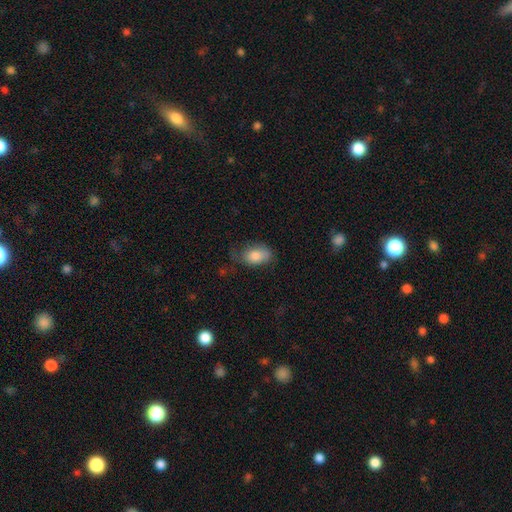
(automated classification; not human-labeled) Smooth or featured? Predicted: smooth (p=0.82). How rounded? Predicted: in between (p=0.88). Merging? Predicted: none (p=0.58).